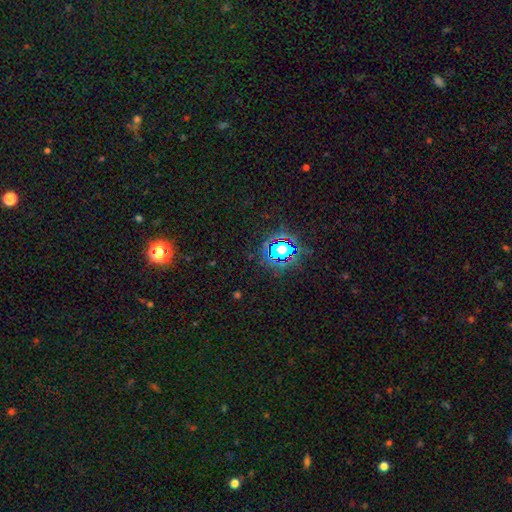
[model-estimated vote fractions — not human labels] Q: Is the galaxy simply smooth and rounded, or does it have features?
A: star or artifact — 79%.